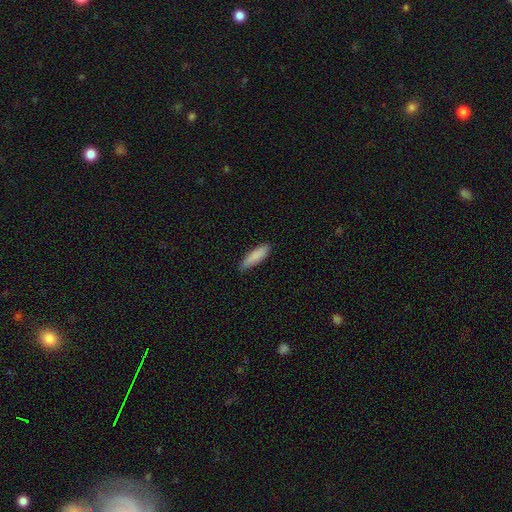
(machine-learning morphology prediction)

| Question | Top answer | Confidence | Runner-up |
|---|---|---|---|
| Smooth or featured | smooth | 87% | featured or disk (7%) |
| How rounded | cigar-shaped | 58% | in between (41%) |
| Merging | none | 83% | minor disturbance (14%) |